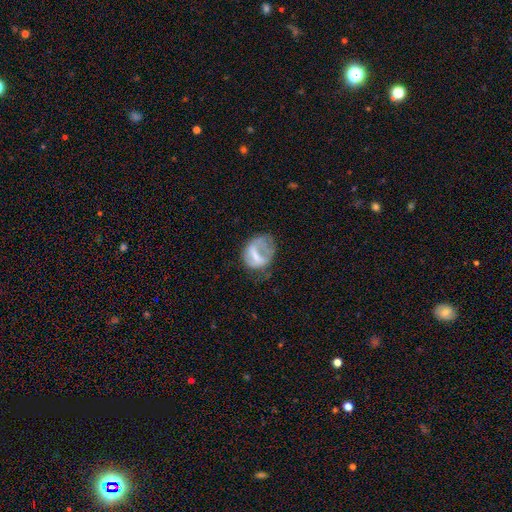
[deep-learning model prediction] This appears to be a smooth galaxy with no disk features (45%, tied with featured or disk). Merging: major disturbance (39%).